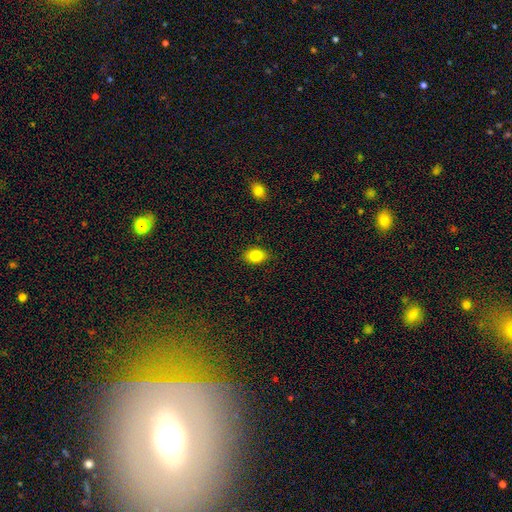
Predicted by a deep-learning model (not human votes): Overall: smooth (84%). How rounded: in between (78%). Merging: none (85%).